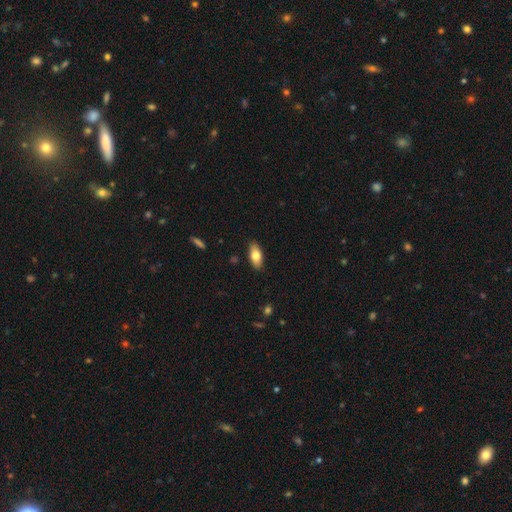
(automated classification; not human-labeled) This is likely a smooth galaxy (74%). How rounded: clearly in between (85%). Merging: clearly none (88%).